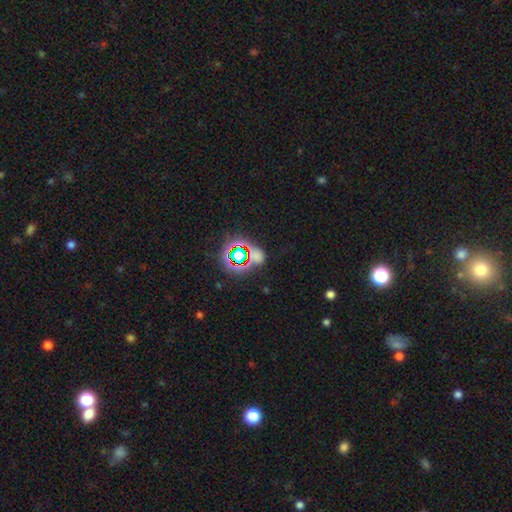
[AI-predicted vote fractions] Overall: star or artifact (58%; smooth 31%).